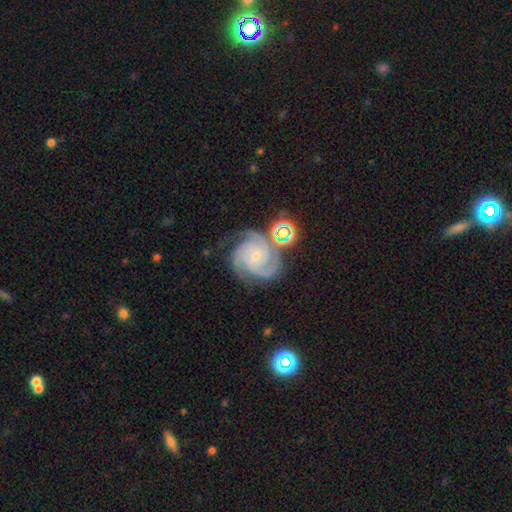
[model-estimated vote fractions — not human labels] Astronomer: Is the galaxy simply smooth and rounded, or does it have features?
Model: featured or disk — 89%.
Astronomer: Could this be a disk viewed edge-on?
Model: no — 98%.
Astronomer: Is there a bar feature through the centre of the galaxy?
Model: no — 69%.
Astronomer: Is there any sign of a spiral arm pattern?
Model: yes — 98%.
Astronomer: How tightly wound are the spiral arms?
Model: tight — 65%.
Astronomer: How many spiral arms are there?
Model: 3 — 54%.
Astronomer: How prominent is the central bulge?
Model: small — 75%.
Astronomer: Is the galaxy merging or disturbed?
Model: none — 68%.